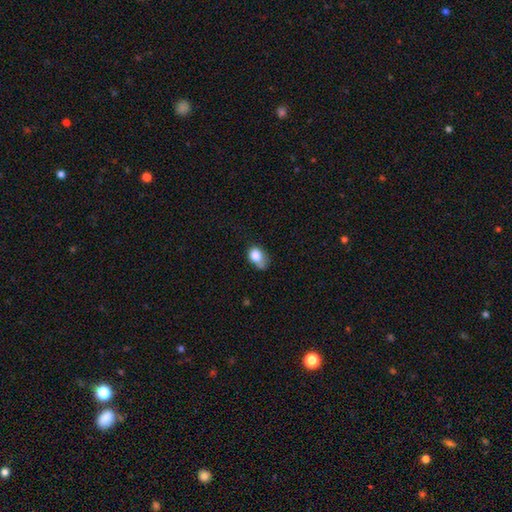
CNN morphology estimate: A smooth galaxy with no disk features (78%) that is in between round and cigar-shaped (70%).

Vote fractions:
- Smooth or featured? smooth: 78% / featured or disk: 12% / star or artifact: 9%
- How rounded? in between: 70% / round: 29% / cigar-shaped: 1%
- Merging? minor disturbance: 41% / none: 31% / major disturbance: 21% / merger: 7%